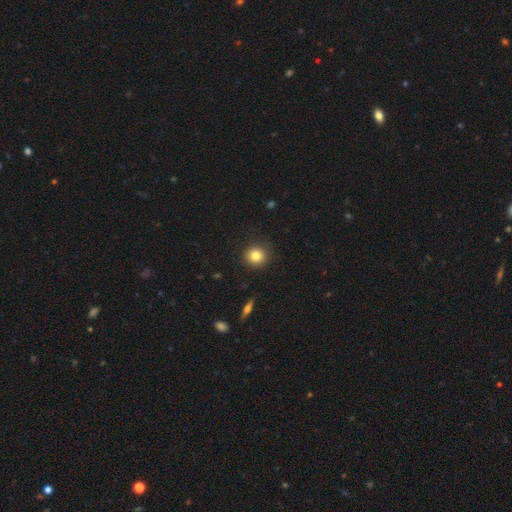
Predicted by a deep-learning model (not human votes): Smooth or featured: smooth — 82% (star or artifact — 11%)
How rounded: round — 92% (in between — 7%)
Merging: none — 90% (minor disturbance — 6%)